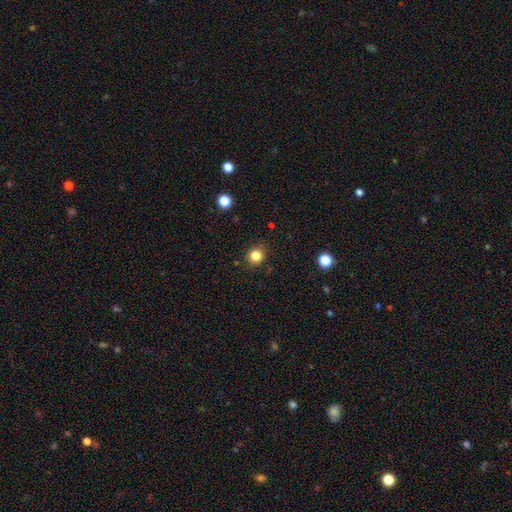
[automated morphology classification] Q: Smooth or featured?
A: smooth (82%); runner-up: star or artifact (12%)
Q: How rounded?
A: round (84%); runner-up: in between (16%)
Q: Merging?
A: none (89%); runner-up: minor disturbance (8%)